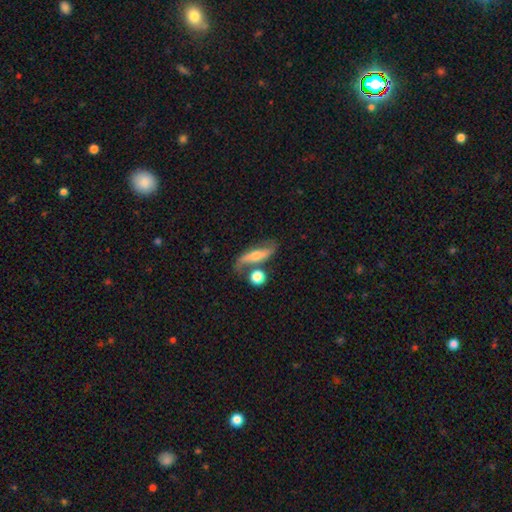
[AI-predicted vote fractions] Morphology: type=featured or disk (69%); edge-on=no (77%); bar=no (42%); spiral arms=yes (88%); bulge=moderate (52%); merging=none (60%).